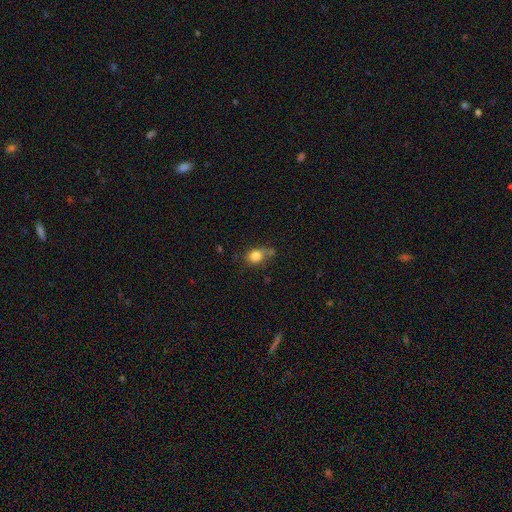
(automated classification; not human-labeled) smooth_or_featured: smooth (p=0.80) [alt: featured or disk p=0.10]
how_rounded: round (p=0.54) [alt: in between p=0.43]
merging: none (p=0.46) [alt: minor disturbance p=0.30]